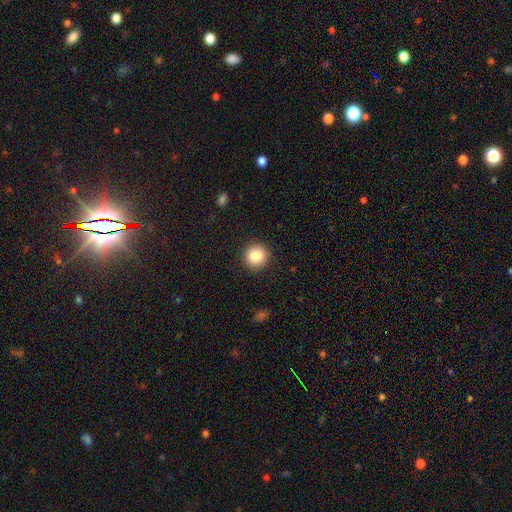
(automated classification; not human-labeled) Smooth or featured? Predicted: smooth (p=0.87). How rounded? Predicted: round (p=0.93). Merging? Predicted: none (p=0.91).